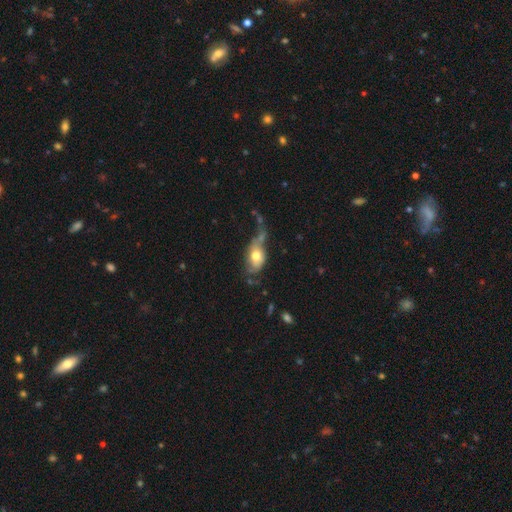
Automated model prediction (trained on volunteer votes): Morphology: type=smooth (59%); roundness=in between (83%); merging=major disturbance (31%).